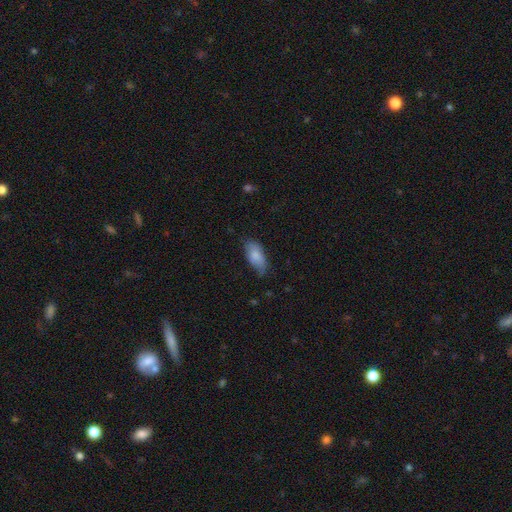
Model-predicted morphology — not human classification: Overall: smooth (81%). How rounded: in between (91%). Merging: none (61%; minor disturbance 31%).